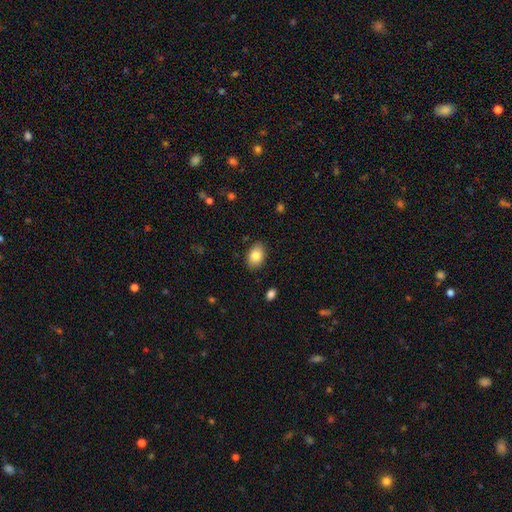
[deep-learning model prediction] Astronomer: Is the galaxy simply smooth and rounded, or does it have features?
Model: smooth — 84%.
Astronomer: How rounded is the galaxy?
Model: in between — 86%.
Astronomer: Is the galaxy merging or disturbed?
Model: none — 85%.